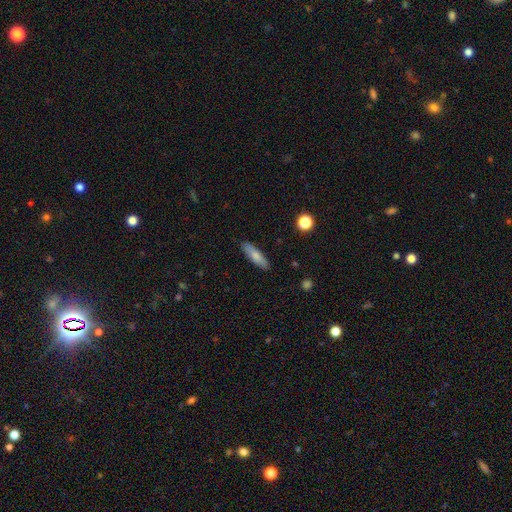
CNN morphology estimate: Smooth or featured?
  - smooth: 76% *
  - featured or disk: 17%
  - star or artifact: 7%
How rounded?
  - cigar-shaped: 69% *
  - in between: 30%
  - round: 2%
Merging?
  - none: 86% *
  - minor disturbance: 10%
  - major disturbance: 2%
  - merger: 1%